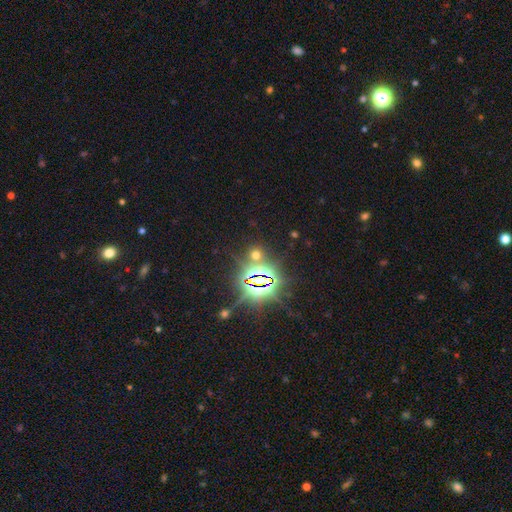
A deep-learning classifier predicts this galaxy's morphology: Overall: star or artifact (62%; smooth 30%).